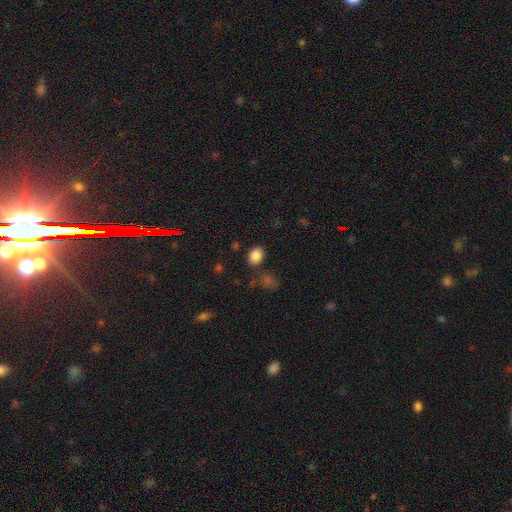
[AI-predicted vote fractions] This is clearly a smooth galaxy (86%). How rounded: likely in between (66%). Merging: likely none (80%).